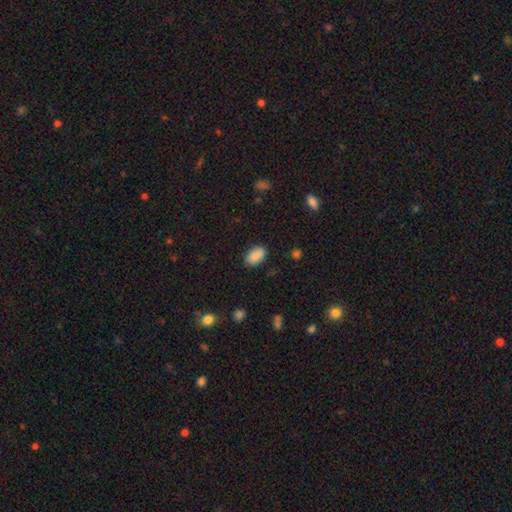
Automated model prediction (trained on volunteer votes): Q: Smooth or featured?
A: smooth (86%); runner-up: star or artifact (7%)
Q: How rounded?
A: in between (92%); runner-up: round (6%)
Q: Merging?
A: none (84%); runner-up: minor disturbance (12%)